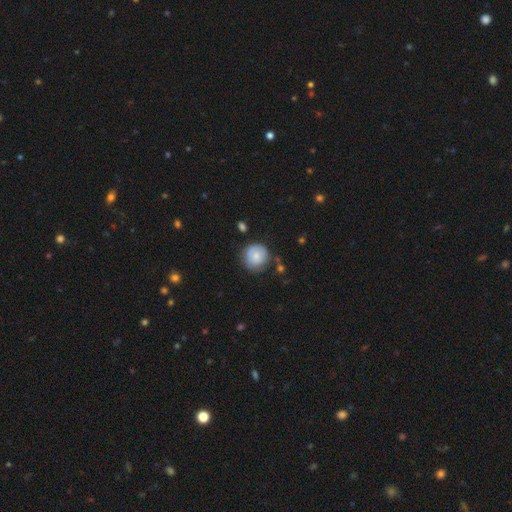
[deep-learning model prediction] A smooth galaxy with no disk features (71%) that is round (91%). Merging: none (73%).